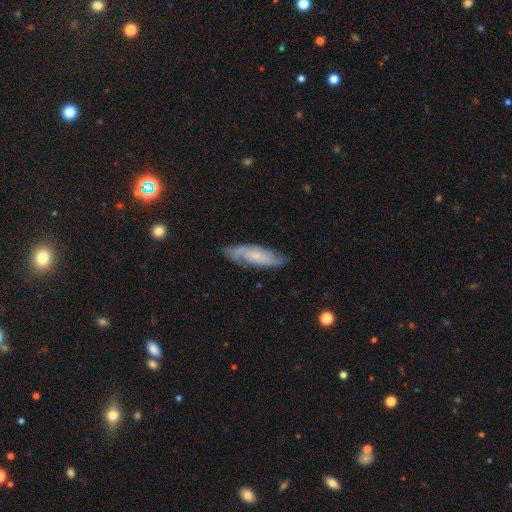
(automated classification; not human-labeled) This is likely a featured or disk galaxy (61%). It is clearly not viewed edge-on (82%). Bar: likely no (66%). Spiral arm pattern: clearly yes (90%). Central bulge: likely small (64%). Merging: likely none (78%).